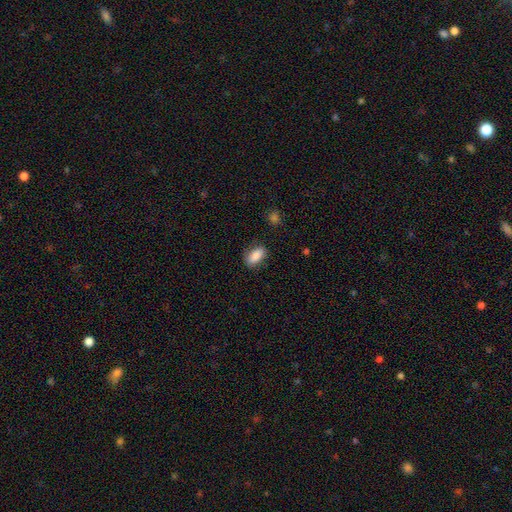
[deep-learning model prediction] Smooth or featured?
  - smooth: 84% *
  - featured or disk: 8%
  - star or artifact: 7%
How rounded?
  - in between: 89% *
  - cigar-shaped: 7%
  - round: 5%
Merging?
  - none: 80% *
  - minor disturbance: 14%
  - major disturbance: 4%
  - merger: 2%